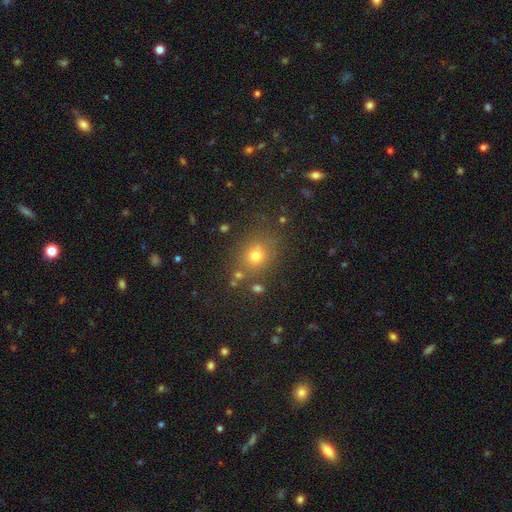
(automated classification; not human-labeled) This appears to be a smooth galaxy with no disk features (70%) that is round (72%). Merging: none (77%).